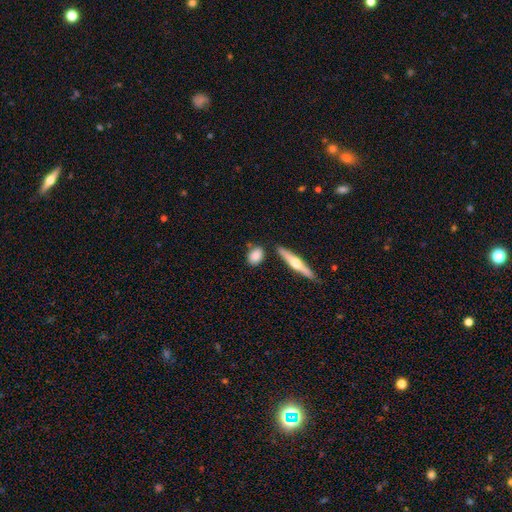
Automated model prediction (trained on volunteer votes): This is clearly a smooth galaxy (81%). How rounded: likely in between (69%). Merging: likely none (72%).